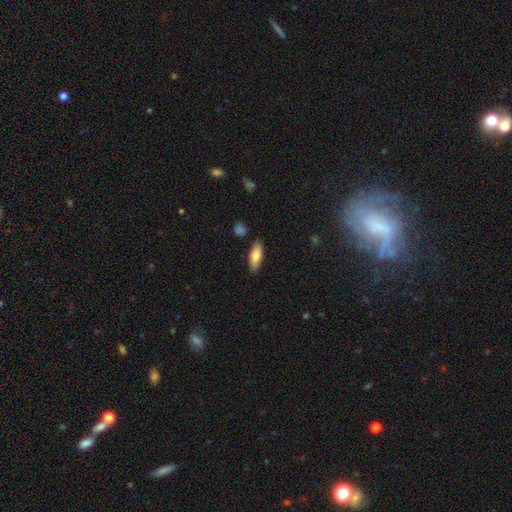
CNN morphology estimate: A smooth galaxy with no disk features (77%) that is in between round and cigar-shaped (72%).

Vote fractions:
- Smooth or featured? smooth: 77% / featured or disk: 17% / star or artifact: 6%
- How rounded? in between: 72% / cigar-shaped: 25% / round: 2%
- Merging? none: 87% / minor disturbance: 10% / merger: 2% / major disturbance: 2%